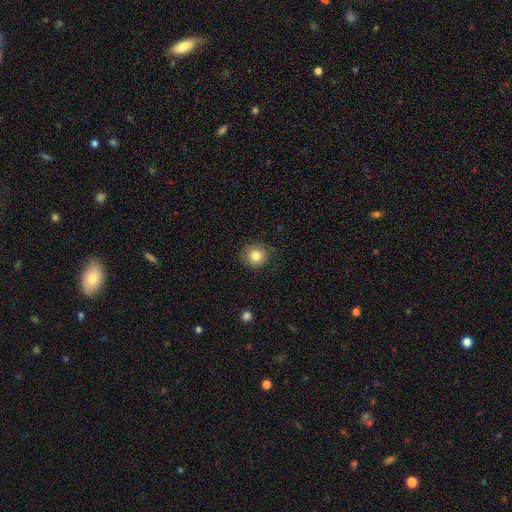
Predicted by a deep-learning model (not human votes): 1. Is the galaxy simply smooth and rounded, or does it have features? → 83% smooth, 10% star or artifact, 7% featured or disk.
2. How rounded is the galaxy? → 91% round, 8% in between, 1% cigar-shaped.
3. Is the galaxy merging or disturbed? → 86% none, 11% minor disturbance, 3% major disturbance, 1% merger.